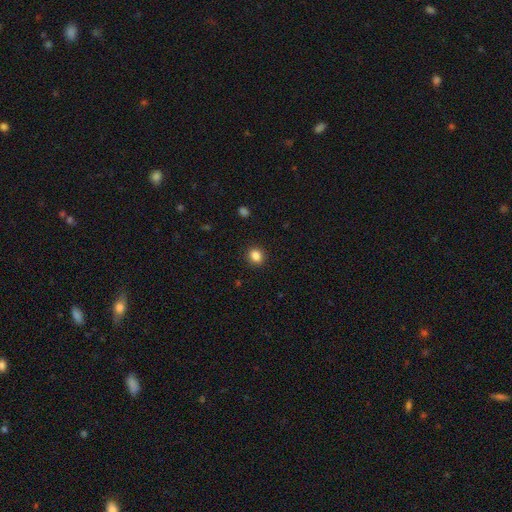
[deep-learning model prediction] The model was most divided on "how rounded": round: 70%, in between: 29%, cigar-shaped: 1%. More confident: merging — none (91%); smooth or featured — smooth (85%).